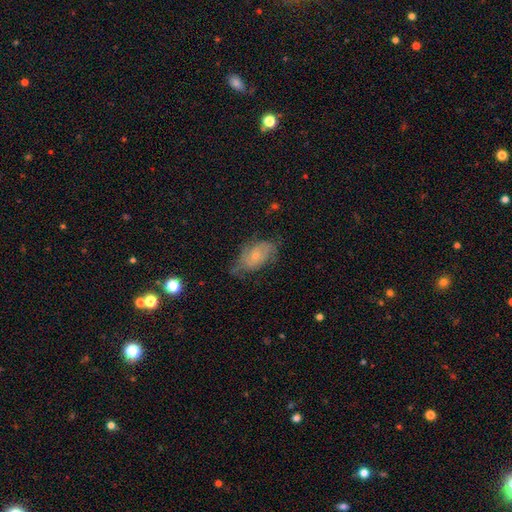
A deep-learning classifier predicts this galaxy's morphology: featured or disk 52%, smooth 40%, star or artifact 8%. Down the decision tree: edge-on disk — no (94%); merging — none (49%).